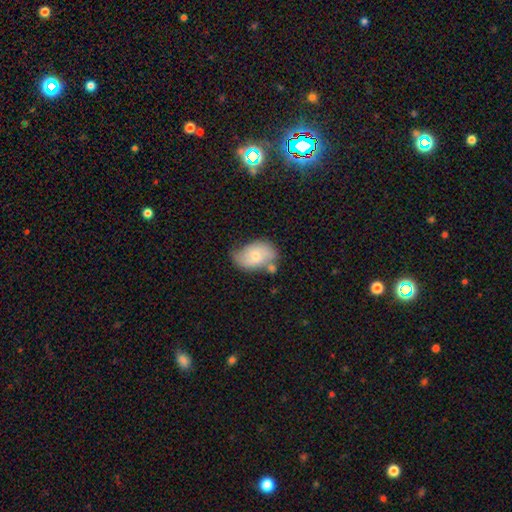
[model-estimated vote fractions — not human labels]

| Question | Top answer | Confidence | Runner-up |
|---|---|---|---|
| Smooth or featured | featured or disk | 47% | smooth (46%) |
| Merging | none | 49% | minor disturbance (27%) |